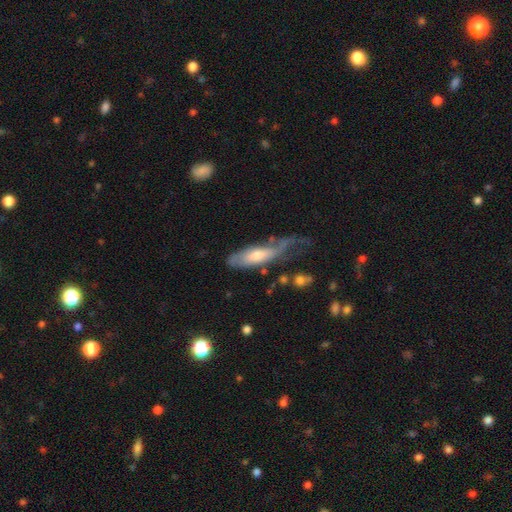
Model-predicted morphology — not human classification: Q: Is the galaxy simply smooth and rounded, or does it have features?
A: featured or disk — 60%.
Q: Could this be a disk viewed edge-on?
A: no — 63%.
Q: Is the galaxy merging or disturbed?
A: none — 35%.